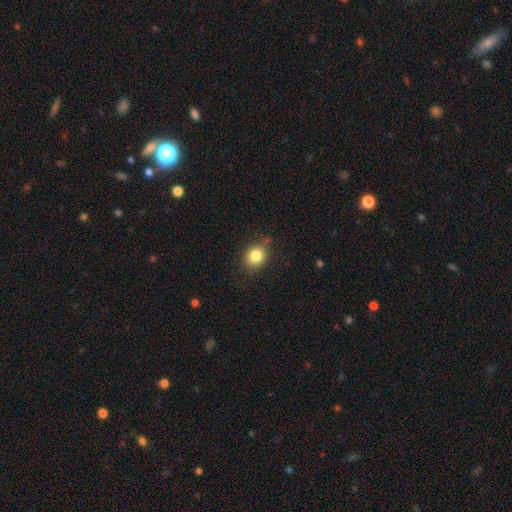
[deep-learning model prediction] This appears to be a smooth galaxy with no disk features (82%) that is round (58%). Merging: none (81%).